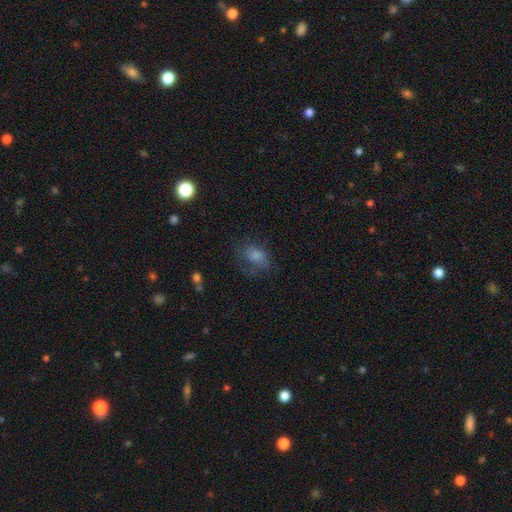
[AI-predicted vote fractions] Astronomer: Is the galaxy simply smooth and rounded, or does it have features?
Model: smooth — 63%.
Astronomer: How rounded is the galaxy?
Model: in between — 69%.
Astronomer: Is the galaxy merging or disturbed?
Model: none — 48% (runner-up: major disturbance, 26%).